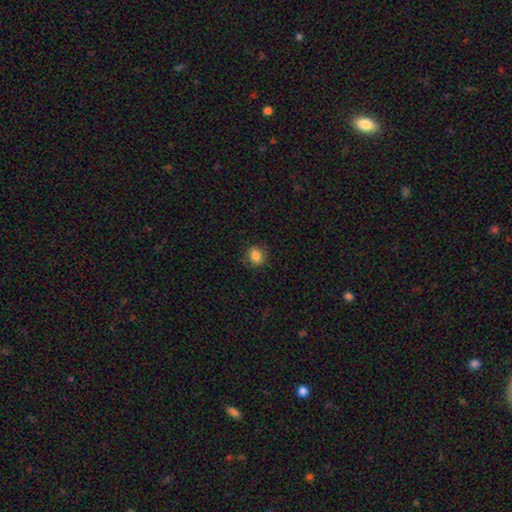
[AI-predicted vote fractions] A smooth galaxy with no disk features (84%) that is round (68%).

Vote fractions:
- Smooth or featured? smooth: 84% / star or artifact: 10% / featured or disk: 6%
- How rounded? round: 68% / in between: 31% / cigar-shaped: 1%
- Merging? none: 82% / minor disturbance: 13% / major disturbance: 4% / merger: 1%